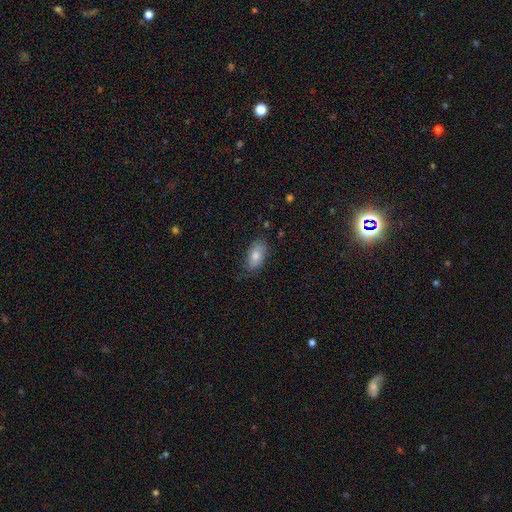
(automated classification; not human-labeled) This appears to be a smooth galaxy with no disk features (74%) that is in between round and cigar-shaped (91%). Merging: none (75%).